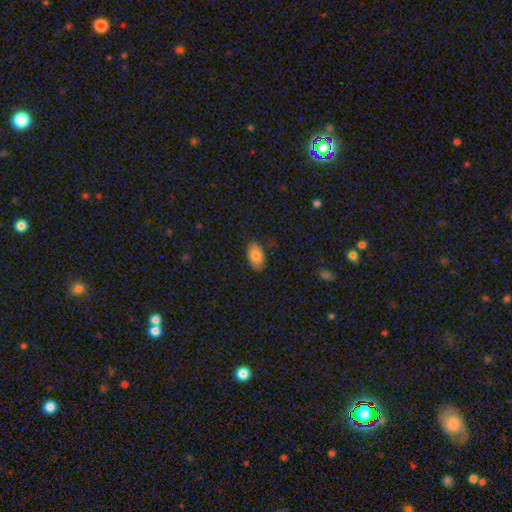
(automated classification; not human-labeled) smooth 82%, featured or disk 11%, star or artifact 7%. Down the decision tree: how rounded — in between (92%); merging — none (83%).